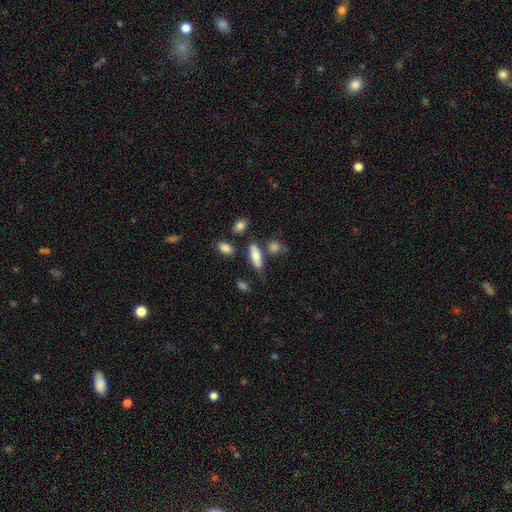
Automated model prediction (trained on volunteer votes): This appears to be a smooth galaxy with no disk features (74%) that is in between round and cigar-shaped (59%). Merging: none (63%).